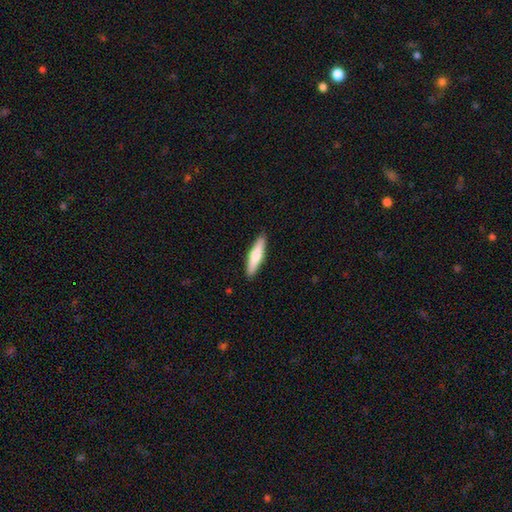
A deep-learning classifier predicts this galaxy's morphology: Smooth or featured? smooth (63%)
How rounded? cigar-shaped (80%)
Merging? none (90%)